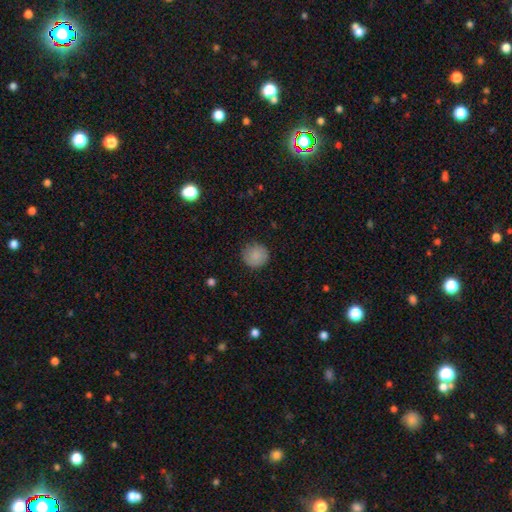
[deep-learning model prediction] This is clearly a smooth galaxy (85%). How rounded: clearly round (93%). Merging: clearly none (85%).